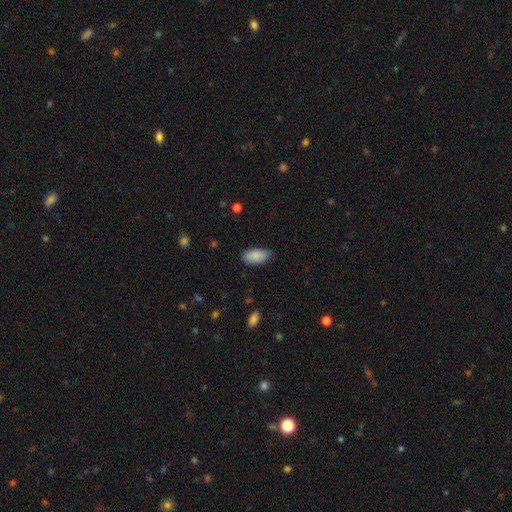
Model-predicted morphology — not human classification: Overall: smooth (88%). How rounded: in between (94%). Merging: none (77%).